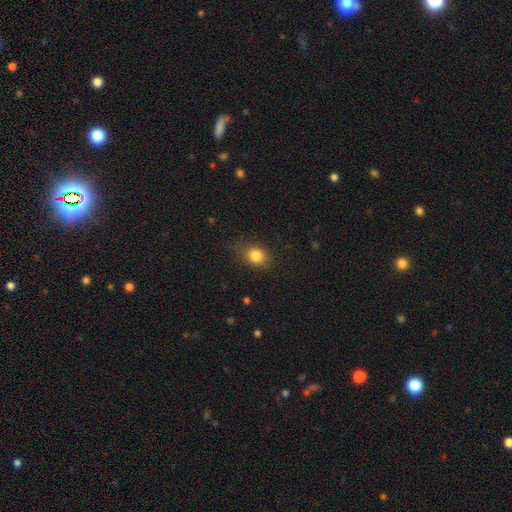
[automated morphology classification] Q: Smooth or featured?
A: smooth (83%); runner-up: star or artifact (11%)
Q: How rounded?
A: round (52%); runner-up: in between (46%)
Q: Merging?
A: none (76%); runner-up: minor disturbance (18%)